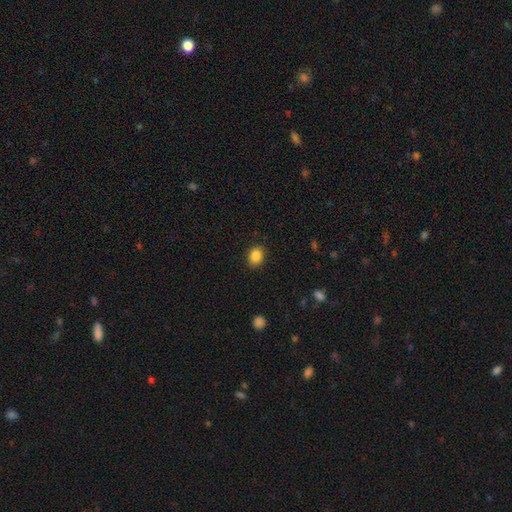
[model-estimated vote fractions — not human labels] A smooth galaxy with no disk features (87%) that is in between round and cigar-shaped (55%).

Vote fractions:
- Smooth or featured? smooth: 87% / star or artifact: 9% / featured or disk: 4%
- How rounded? in between: 55% / round: 44% / cigar-shaped: 1%
- Merging? none: 88% / minor disturbance: 9% / major disturbance: 2% / merger: 1%